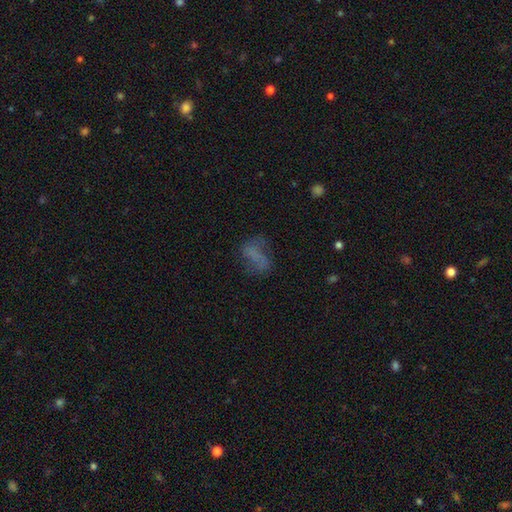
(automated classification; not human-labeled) Morphology: type=smooth (46%); merging=none (49%).